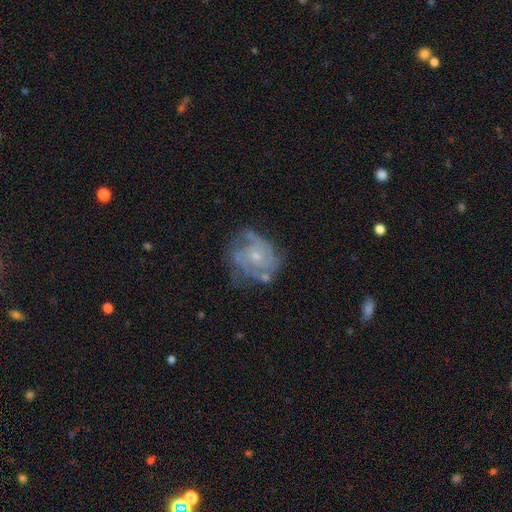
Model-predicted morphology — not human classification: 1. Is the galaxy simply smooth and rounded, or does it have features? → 83% featured or disk, 10% smooth, 7% star or artifact.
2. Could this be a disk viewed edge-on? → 98% no, 2% yes.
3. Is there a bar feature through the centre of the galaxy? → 76% no, 21% weak, 3% strong.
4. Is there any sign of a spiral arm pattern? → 93% yes, 7% no.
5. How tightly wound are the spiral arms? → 57% tight, 34% medium, 8% loose.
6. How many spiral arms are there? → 32% 3, 26% can't tell, 16% 4, 15% 2, 5% more than 4, 5% 1.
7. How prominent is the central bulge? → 67% small, 28% moderate, 3% none, 1% large, 1% dominant.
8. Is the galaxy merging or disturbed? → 61% none, 23% minor disturbance, 12% major disturbance, 4% merger.